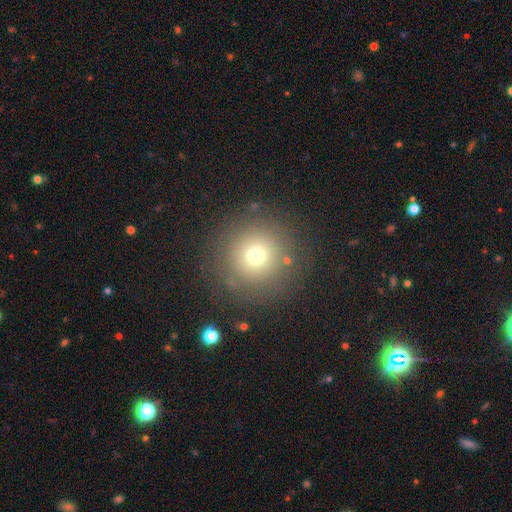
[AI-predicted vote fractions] Morphology: type=smooth (71%); roundness=round (96%); merging=none (85%).